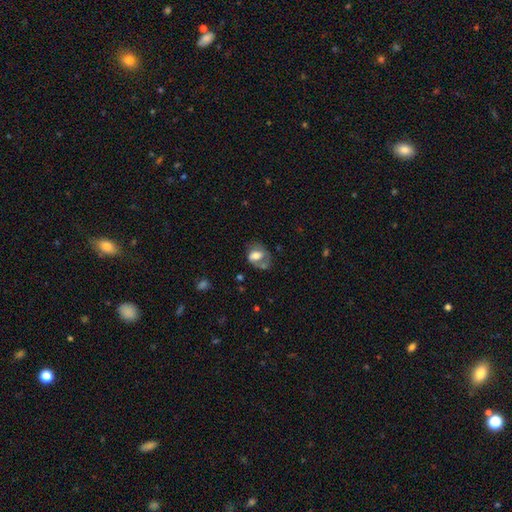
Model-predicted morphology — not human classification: This is possibly a smooth galaxy (51%). How rounded: likely in between (68%). Merging: marginally none (37%).